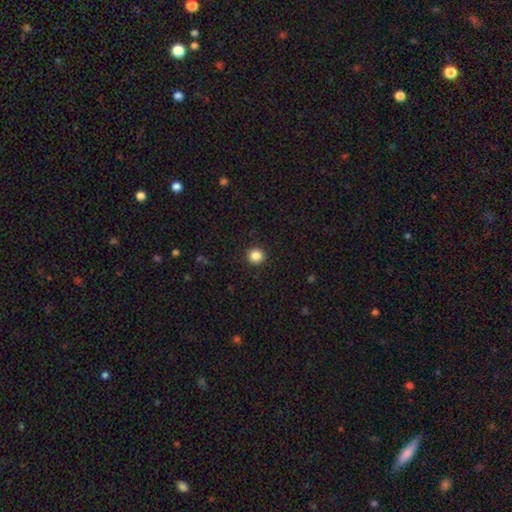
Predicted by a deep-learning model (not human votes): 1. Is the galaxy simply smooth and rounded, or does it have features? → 86% smooth, 11% star or artifact, 4% featured or disk.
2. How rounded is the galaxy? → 94% round, 5% in between, 1% cigar-shaped.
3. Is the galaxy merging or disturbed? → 92% none, 5% minor disturbance, 2% major disturbance, 1% merger.